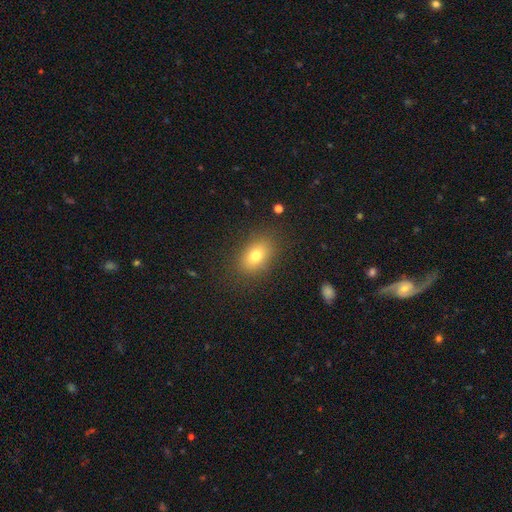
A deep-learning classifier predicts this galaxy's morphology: smooth 75%, featured or disk 13%, star or artifact 12%. Down the decision tree: how rounded — in between (78%); merging — none (83%).